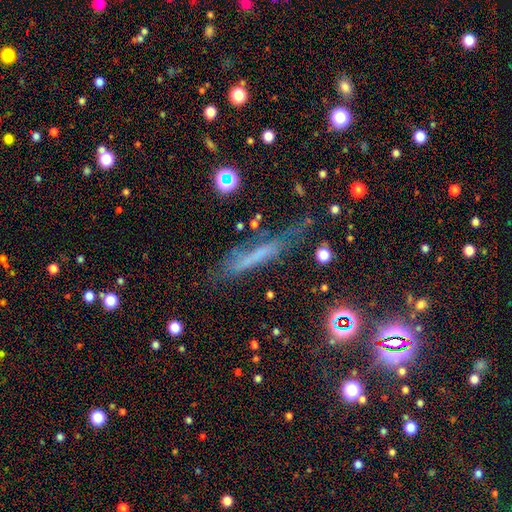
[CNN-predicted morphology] type=smooth (43%); merging=none (59%).